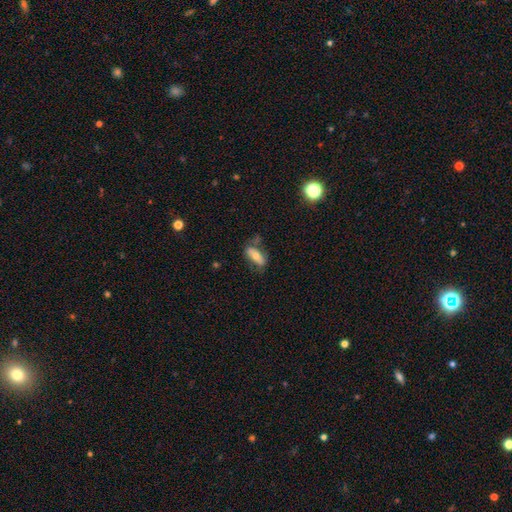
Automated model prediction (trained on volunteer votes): smooth-or-featured: smooth: 61% | featured or disk: 31% | star or artifact: 7%
  how-rounded: in between: 78% | cigar-shaped: 19% | round: 3%
  merging: none: 57% | minor disturbance: 25% | major disturbance: 11% | merger: 7%